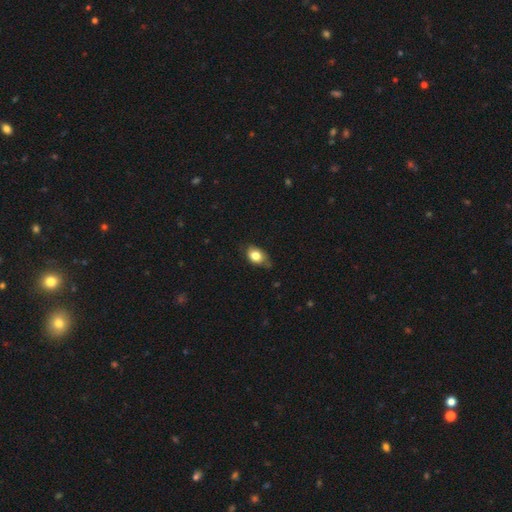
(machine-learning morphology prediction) This appears to be a smooth galaxy with no disk features (78%) that is in between round and cigar-shaped (83%). Merging: none (64%).